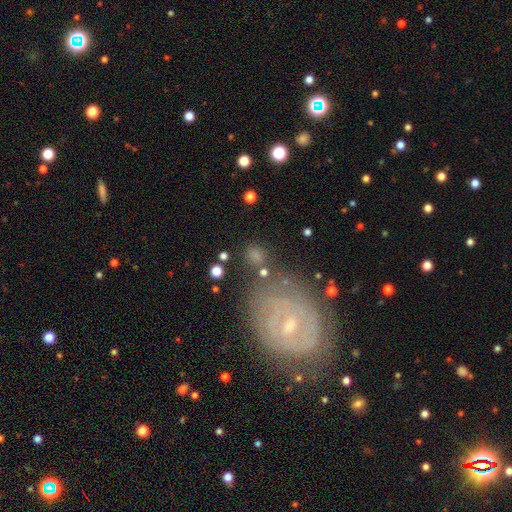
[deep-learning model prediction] smooth-or-featured: smooth: 67% | featured or disk: 17% | star or artifact: 16%
  how-rounded: round: 54% | in between: 44% | cigar-shaped: 2%
  merging: none: 67% | minor disturbance: 15% | major disturbance: 10% | merger: 8%